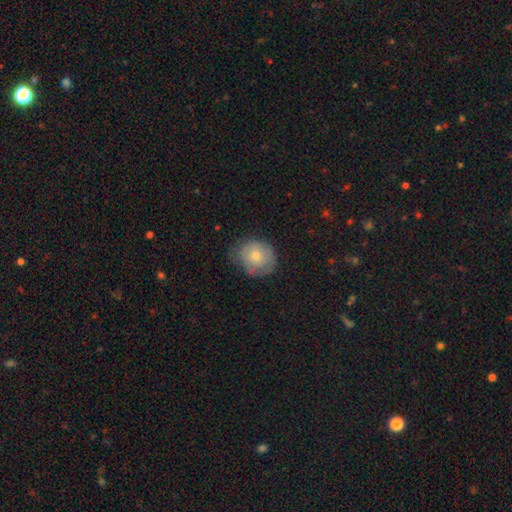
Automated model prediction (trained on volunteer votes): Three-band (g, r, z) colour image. It shows a smooth galaxy with no disk features (66%) that is round (76%). Merging: none (64%).